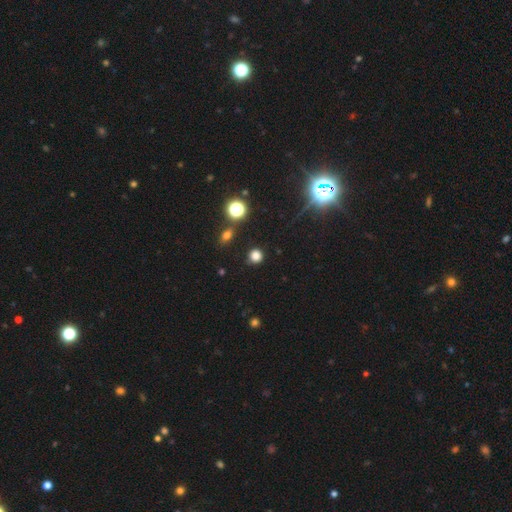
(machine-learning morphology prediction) smooth_or_featured: smooth (p=0.77) [alt: star or artifact p=0.18]
how_rounded: round (p=0.90) [alt: in between p=0.09]
merging: none (p=0.86) [alt: minor disturbance p=0.09]